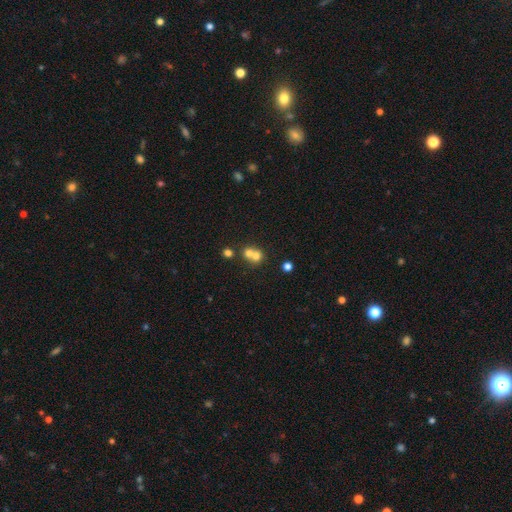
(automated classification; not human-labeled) smooth-or-featured: smooth: 68% | featured or disk: 18% | star or artifact: 14%
  how-rounded: round: 82% | in between: 17% | cigar-shaped: 1%
  merging: merger: 61% | none: 31% | minor disturbance: 5% | major disturbance: 2%